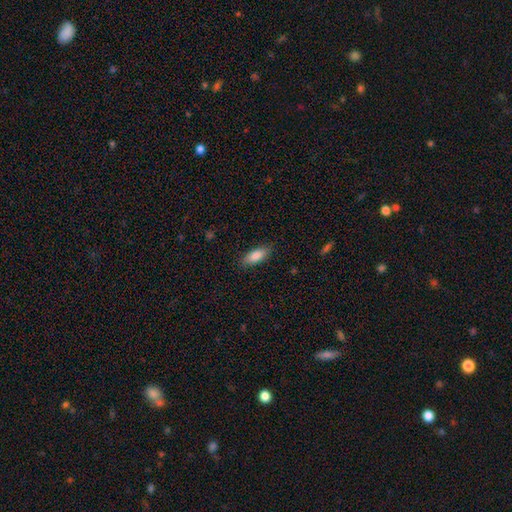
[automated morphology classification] A smooth galaxy with no disk features (85%) that is in between round and cigar-shaped (78%). Merging: none (85%).